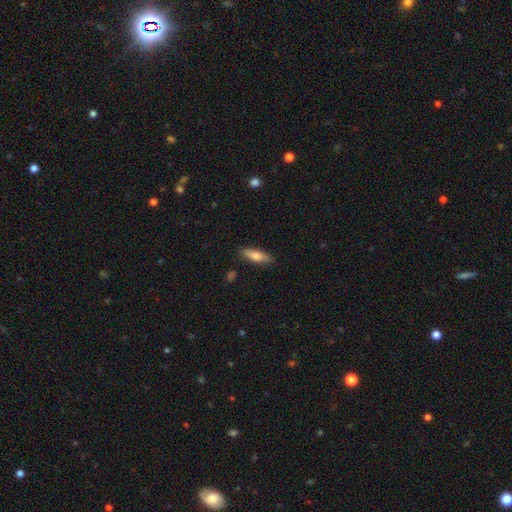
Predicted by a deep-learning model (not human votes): Q: Smooth or featured?
A: smooth (69%); runner-up: featured or disk (25%)
Q: How rounded?
A: cigar-shaped (55%); runner-up: in between (42%)
Q: Merging?
A: none (87%); runner-up: minor disturbance (10%)